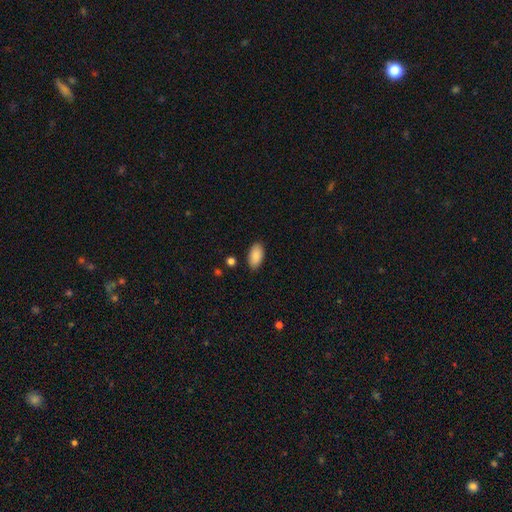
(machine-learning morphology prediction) This is clearly a smooth galaxy (89%). How rounded: clearly in between (95%). Merging: clearly none (87%).